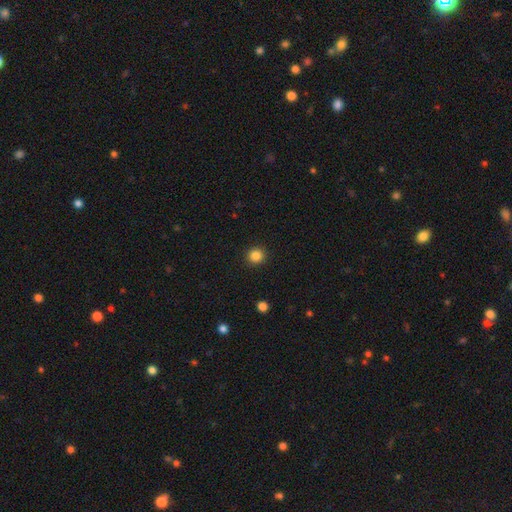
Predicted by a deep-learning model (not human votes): Morphology: type=smooth (85%); roundness=round (94%); merging=none (93%).